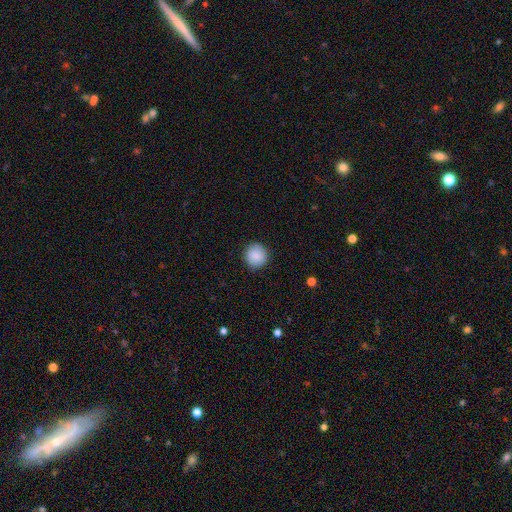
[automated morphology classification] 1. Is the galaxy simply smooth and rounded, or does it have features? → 88% smooth, 8% star or artifact, 4% featured or disk.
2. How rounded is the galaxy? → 94% round, 5% in between, 1% cigar-shaped.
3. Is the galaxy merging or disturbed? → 91% none, 6% minor disturbance, 2% major disturbance, 1% merger.